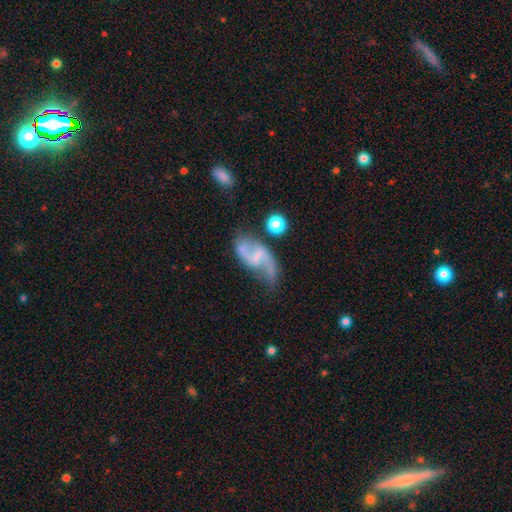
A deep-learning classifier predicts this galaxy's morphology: Smooth or featured?
  - featured or disk: 84% *
  - smooth: 10%
  - star or artifact: 6%
Edge-on disk?
  - no: 97% *
  - yes: 3%
Bar?
  - weak: 48% *
  - no: 31%
  - strong: 21%
Spiral arms?
  - yes: 93% *
  - no: 7%
Spiral winding?
  - loose: 66% *
  - medium: 27%
  - tight: 6%
Spiral arm count?
  - 2: 90% *
  - 1: 4%
  - can't tell: 4%
  - 3: 1%
  - 4: 1%
  - more than 4: 1%
Bulge size?
  - small: 50% *
  - none: 35%
  - moderate: 13%
  - large: 1%
  - dominant: 1%
Merging?
  - none: 56% *
  - minor disturbance: 22%
  - major disturbance: 14%
  - merger: 8%